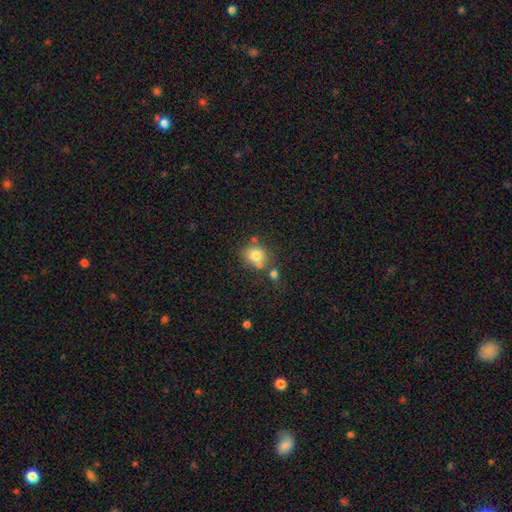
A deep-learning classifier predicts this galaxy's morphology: Smooth or featured? Predicted: smooth (p=0.77). How rounded? Predicted: round (p=0.69). Merging? Predicted: none (p=0.63).